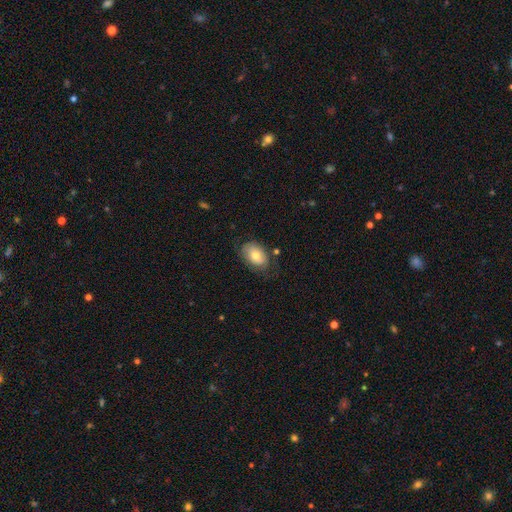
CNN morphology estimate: smooth_or_featured: smooth (p=0.66) [alt: featured or disk p=0.27]
how_rounded: in between (p=0.87) [alt: round p=0.12]
merging: none (p=0.66) [alt: minor disturbance p=0.23]